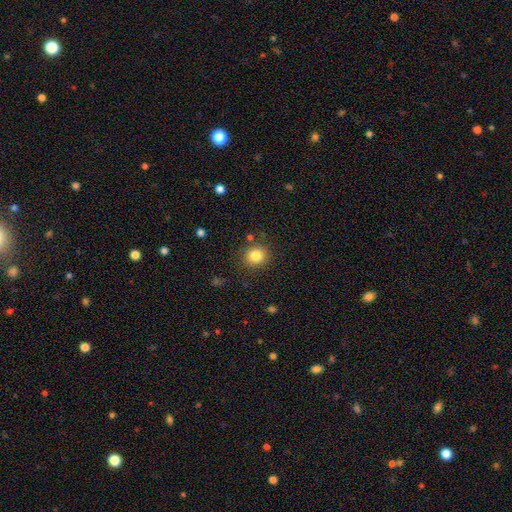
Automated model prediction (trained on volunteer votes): A smooth galaxy with no disk features (82%) that is round (86%). Merging: none (85%).